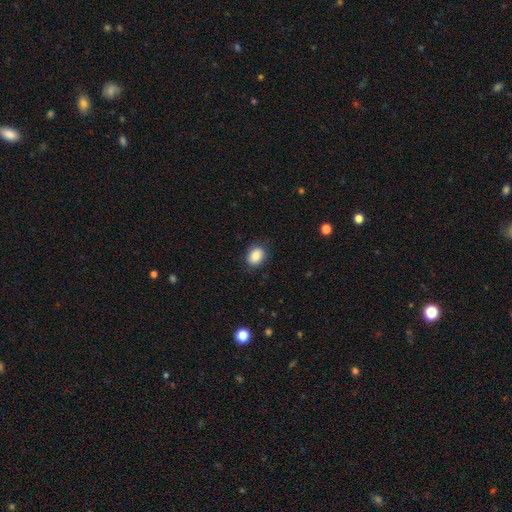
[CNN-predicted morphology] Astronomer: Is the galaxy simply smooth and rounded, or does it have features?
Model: smooth — 87%.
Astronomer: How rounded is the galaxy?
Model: in between — 61% (runner-up: round, 38%).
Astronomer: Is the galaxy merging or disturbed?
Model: none — 87%.